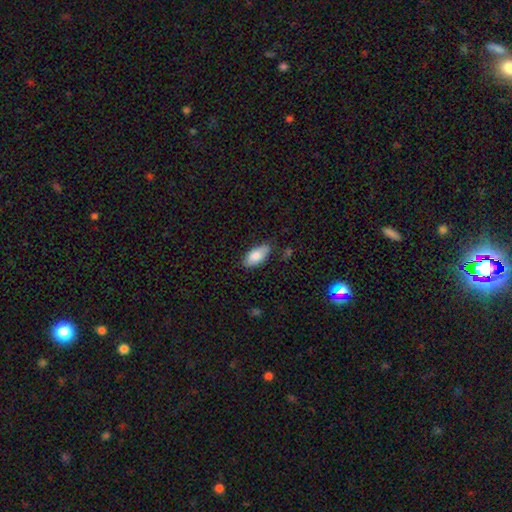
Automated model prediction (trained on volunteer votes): This is clearly a smooth galaxy (82%). How rounded: clearly in between (91%). Merging: likely none (76%).